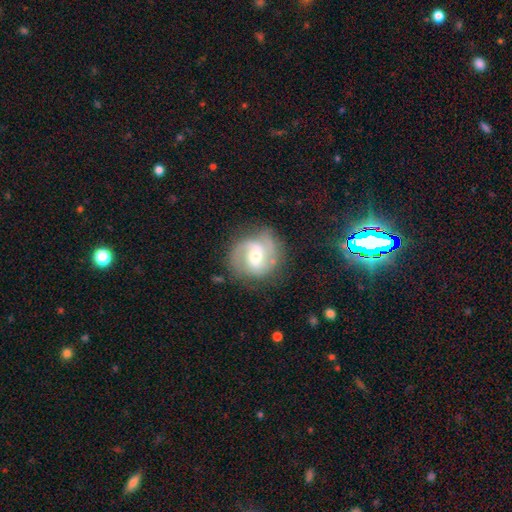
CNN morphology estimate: smooth-or-featured: featured or disk: 81% | smooth: 13% | star or artifact: 6%
  disk-edge-on: no: 98% | yes: 2%
    bar: weak: 49% | no: 35% | strong: 16%
    has-spiral-arms: yes: 94% | no: 6%
      spiral-winding: medium: 50% | tight: 31% | loose: 19%
      spiral-arm-count: 2: 78% | can't tell: 8% | 3: 6% | 1: 5% | 4: 2% | more than 4: 2%
    bulge-size: moderate: 63% | small: 29% | large: 5% | none: 1% | dominant: 1%
  merging: none: 74% | minor disturbance: 17% | major disturbance: 8% | merger: 2%